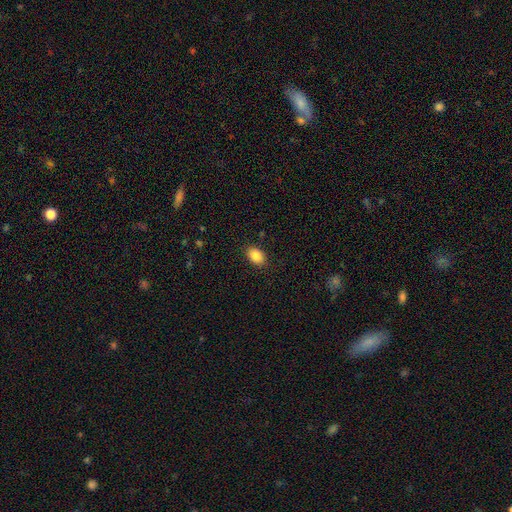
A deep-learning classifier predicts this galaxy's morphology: Overall: smooth (87%). How rounded: in between (84%). Merging: none (87%).